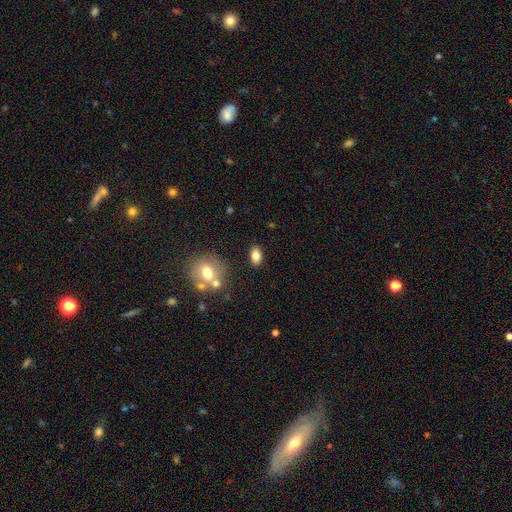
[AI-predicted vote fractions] A smooth galaxy with no disk features (82%) that is in between round and cigar-shaped (87%). Merging: none (84%).